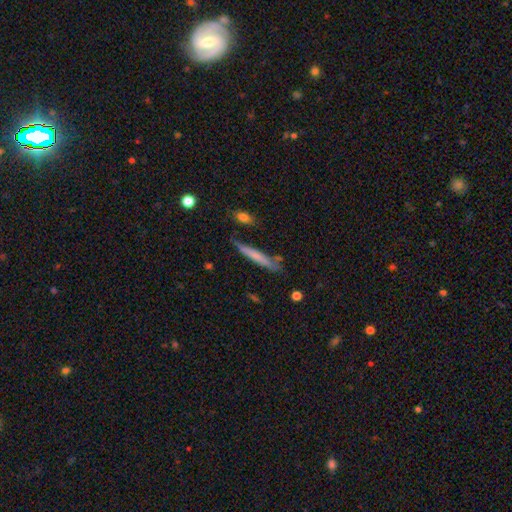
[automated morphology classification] Smooth or featured?
  - smooth: 62% *
  - featured or disk: 31%
  - star or artifact: 7%
How rounded?
  - cigar-shaped: 93% *
  - in between: 5%
  - round: 2%
Merging?
  - none: 73% *
  - minor disturbance: 18%
  - merger: 5%
  - major disturbance: 4%